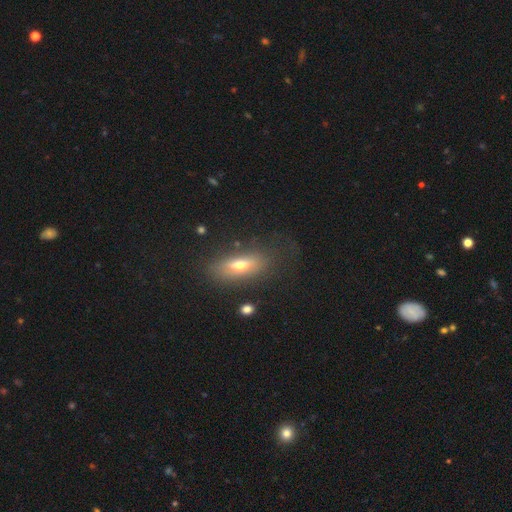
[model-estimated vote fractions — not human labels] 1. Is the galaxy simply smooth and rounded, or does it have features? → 54% smooth, 27% featured or disk, 20% star or artifact.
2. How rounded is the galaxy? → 78% in between, 15% cigar-shaped, 7% round.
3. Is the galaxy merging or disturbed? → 78% none, 13% minor disturbance, 5% major disturbance, 3% merger.